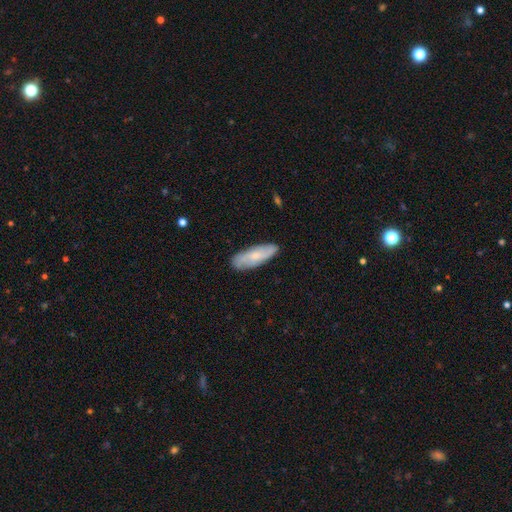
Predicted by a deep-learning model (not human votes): This appears to be a smooth galaxy with no disk features (56%) that is in between round and cigar-shaped (57%). Merging: none (85%).